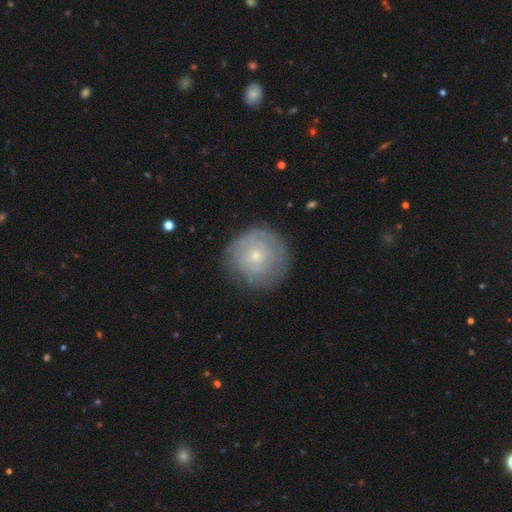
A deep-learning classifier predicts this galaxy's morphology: Smooth or featured? Predicted: featured or disk (p=0.51). Edge-on disk? Predicted: no (p=0.97). Merging? Predicted: none (p=0.80).